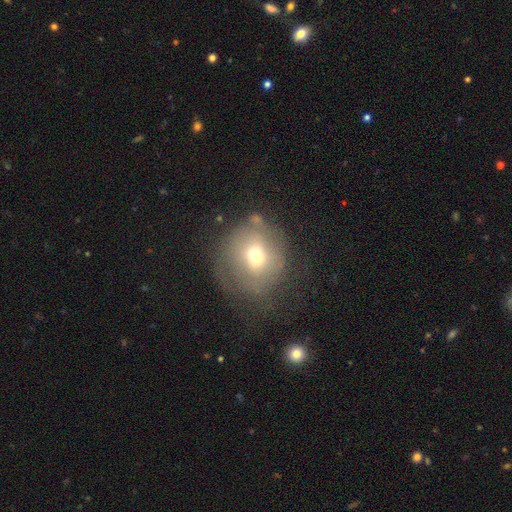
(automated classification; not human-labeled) This appears to be a smooth galaxy with no disk features (56%) that is round (81%). Merging: none (49%).